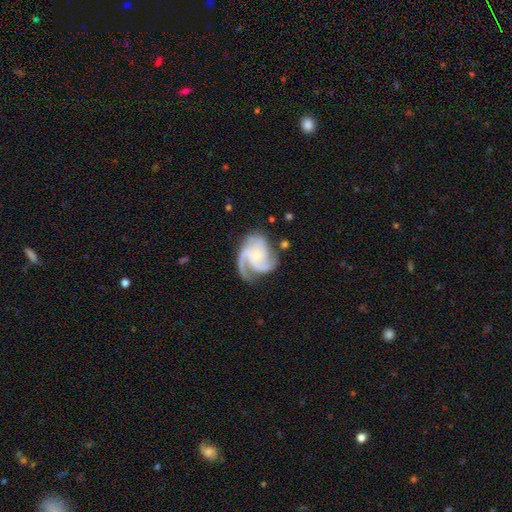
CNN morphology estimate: Smooth or featured: featured or disk — 88% (smooth — 7%)
Edge-on disk: no — 98% (yes — 2%)
Bar: no — 67% (weak — 27%)
Spiral arms: yes — 97% (no — 3%)
Spiral winding: medium — 50% (tight — 33%)
Spiral arm count: 3 — 59% (2 — 17%)
Bulge size: small — 65% (moderate — 27%)
Merging: none — 58% (minor disturbance — 21%)